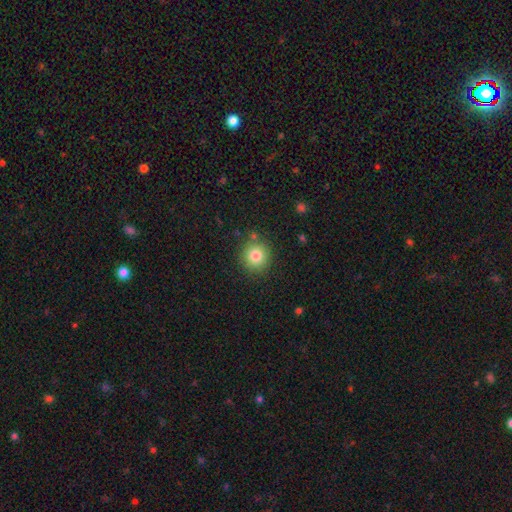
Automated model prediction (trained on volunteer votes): This is clearly a smooth galaxy (82%). How rounded: clearly round (91%). Merging: clearly none (86%).